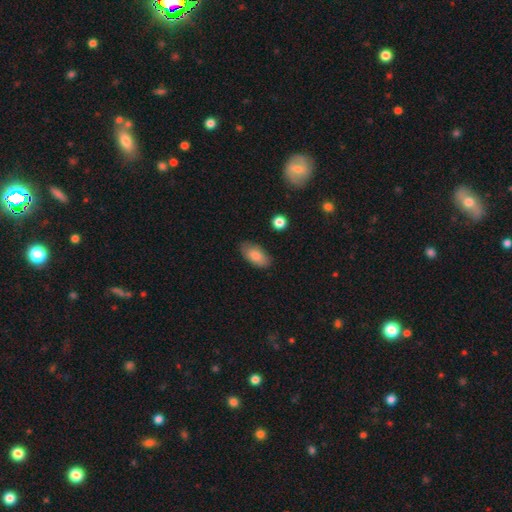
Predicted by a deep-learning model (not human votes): Q: Smooth or featured?
A: smooth (84%); runner-up: featured or disk (9%)
Q: How rounded?
A: in between (92%); runner-up: cigar-shaped (5%)
Q: Merging?
A: none (82%); runner-up: minor disturbance (14%)